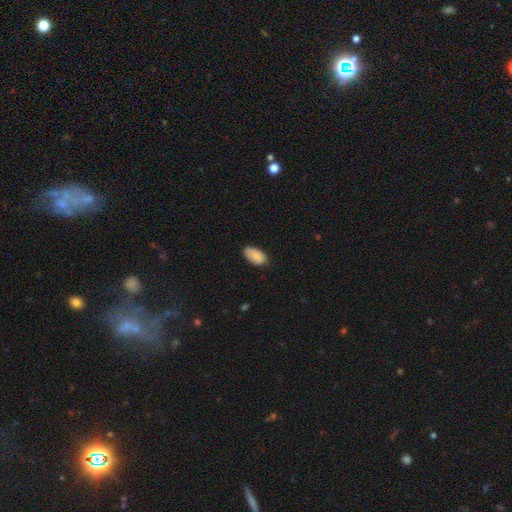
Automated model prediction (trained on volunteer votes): Q: Smooth or featured?
A: smooth (87%); runner-up: star or artifact (7%)
Q: How rounded?
A: in between (94%); runner-up: round (3%)
Q: Merging?
A: none (76%); runner-up: minor disturbance (20%)